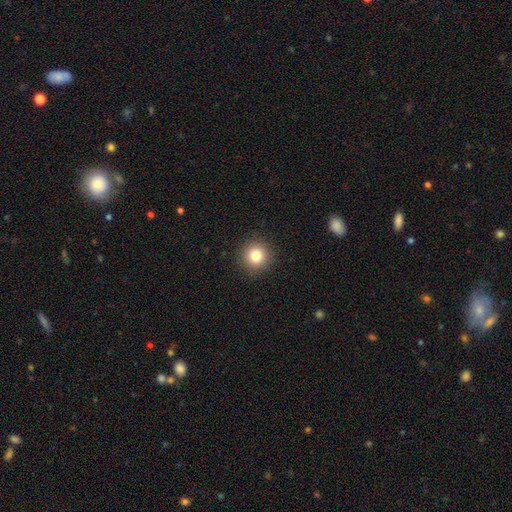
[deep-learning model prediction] A smooth galaxy with no disk features (82%) that is round (94%).

Vote fractions:
- Smooth or featured? smooth: 82% / star or artifact: 11% / featured or disk: 7%
- How rounded? round: 94% / in between: 5% / cigar-shaped: 1%
- Merging? none: 91% / minor disturbance: 6% / major disturbance: 2% / merger: 1%